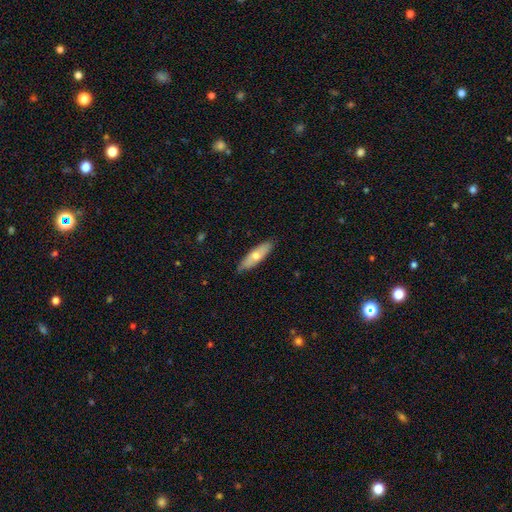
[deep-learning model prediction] Morphology: type=smooth (59%); roundness=cigar-shaped (59%); merging=none (86%).